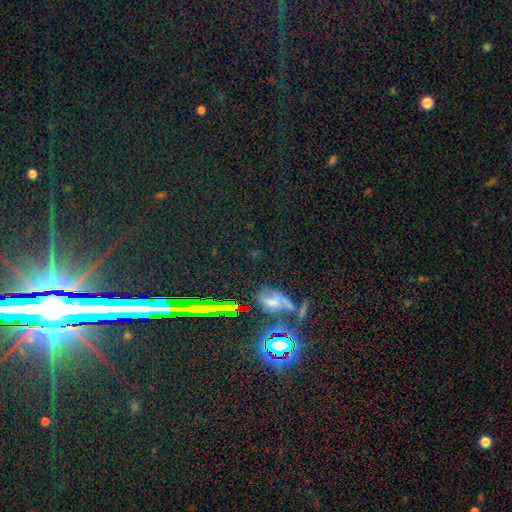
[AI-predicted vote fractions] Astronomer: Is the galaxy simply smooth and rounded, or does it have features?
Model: star or artifact — 66%.